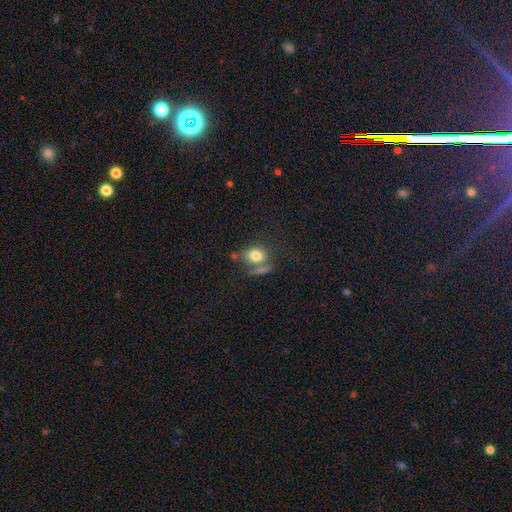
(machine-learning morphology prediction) This appears to be a smooth galaxy with no disk features (78%) that is in between round and cigar-shaped (58%). Merging: none (52%).